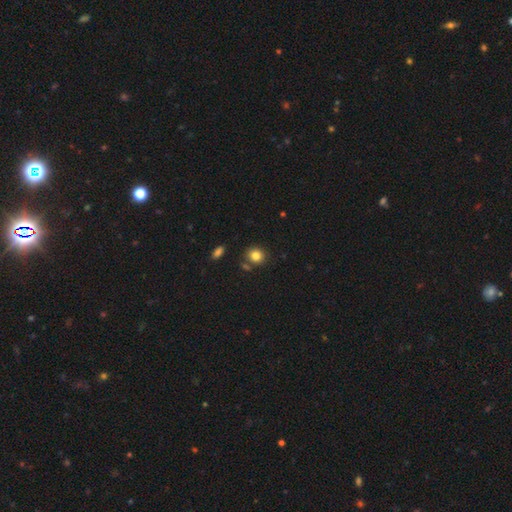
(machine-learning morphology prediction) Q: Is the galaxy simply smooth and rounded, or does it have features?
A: smooth — 82%.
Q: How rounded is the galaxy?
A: round — 77%.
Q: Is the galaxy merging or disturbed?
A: none — 76%.